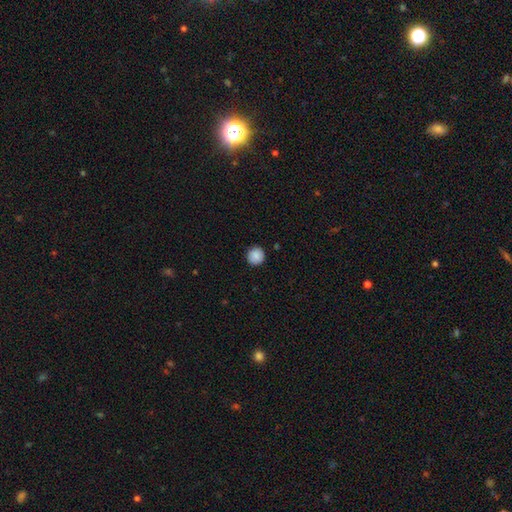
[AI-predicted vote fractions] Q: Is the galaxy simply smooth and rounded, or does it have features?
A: smooth — 87%.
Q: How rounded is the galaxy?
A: round — 94%.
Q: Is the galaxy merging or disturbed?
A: none — 90%.